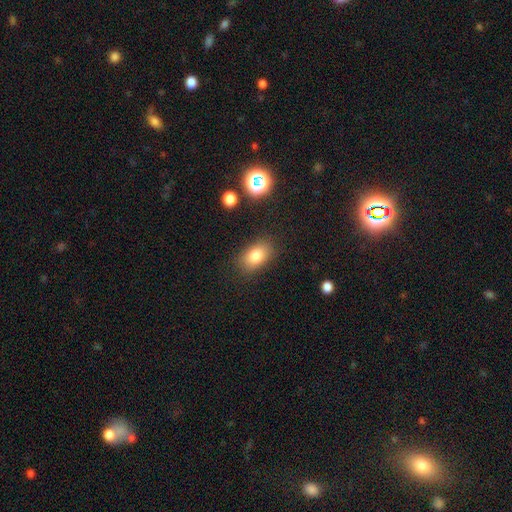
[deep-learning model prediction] smooth-or-featured: smooth: 81% | star or artifact: 10% | featured or disk: 9%
  how-rounded: in between: 86% | round: 13% | cigar-shaped: 2%
  merging: none: 83% | minor disturbance: 11% | major disturbance: 4% | merger: 2%